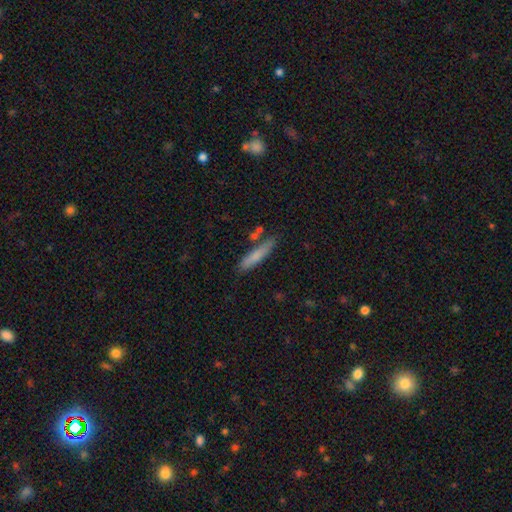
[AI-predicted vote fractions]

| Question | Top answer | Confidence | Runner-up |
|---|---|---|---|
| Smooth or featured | smooth | 73% | featured or disk (20%) |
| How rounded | cigar-shaped | 89% | in between (9%) |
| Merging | none | 76% | minor disturbance (14%) |